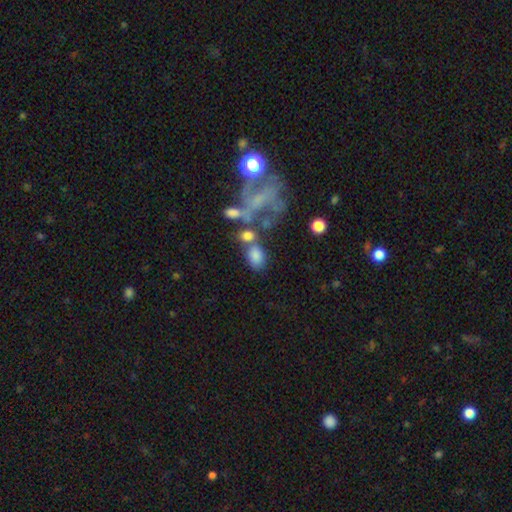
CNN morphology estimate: The model was most divided on "merging": none: 40%, merger: 33%, minor disturbance: 15%, major disturbance: 12%. More confident: how rounded — in between (81%); smooth or featured — smooth (75%).